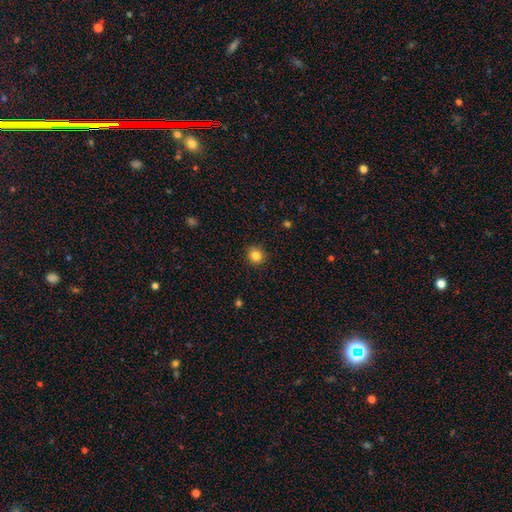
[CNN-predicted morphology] smooth-or-featured: smooth: 83% | star or artifact: 11% | featured or disk: 6%
  how-rounded: round: 84% | in between: 15% | cigar-shaped: 1%
  merging: none: 84% | minor disturbance: 13% | major disturbance: 2% | merger: 1%